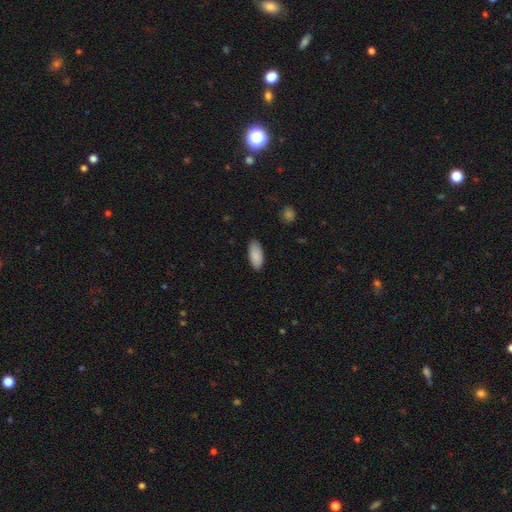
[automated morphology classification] This appears to be a smooth galaxy with no disk features (89%) that is in between round and cigar-shaped (89%). Merging: none (86%).